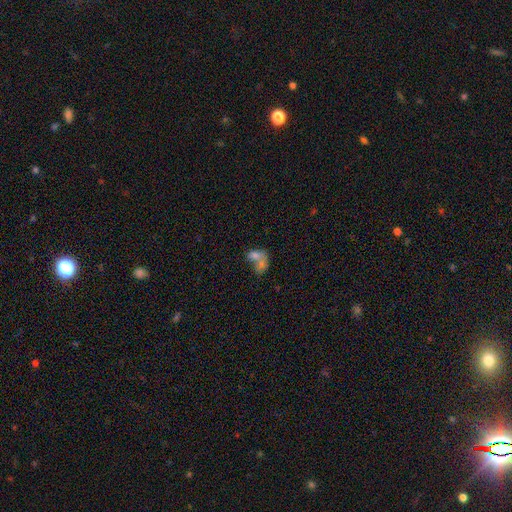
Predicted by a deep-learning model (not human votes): Smooth or featured? smooth (69%)
How rounded? in between (73%)
Merging? merger (72%)